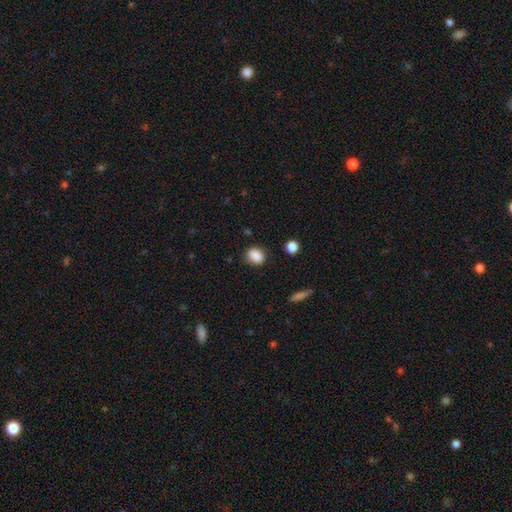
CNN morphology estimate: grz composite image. It shows a smooth galaxy with no disk features (87%) that is in between round and cigar-shaped (59%). Merging: none (78%).